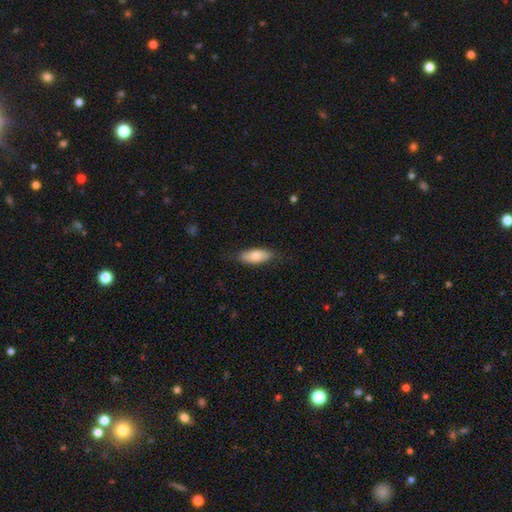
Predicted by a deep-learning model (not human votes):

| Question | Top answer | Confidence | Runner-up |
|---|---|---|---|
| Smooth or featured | smooth | 76% | featured or disk (18%) |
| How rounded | in between | 79% | cigar-shaped (19%) |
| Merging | none | 79% | minor disturbance (17%) |